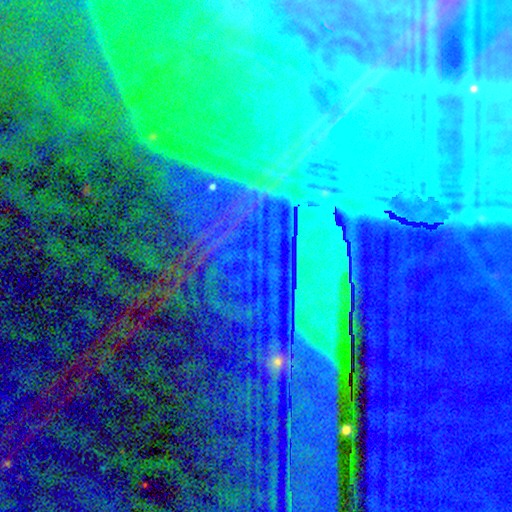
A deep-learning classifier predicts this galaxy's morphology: Overall: star or artifact (88%).